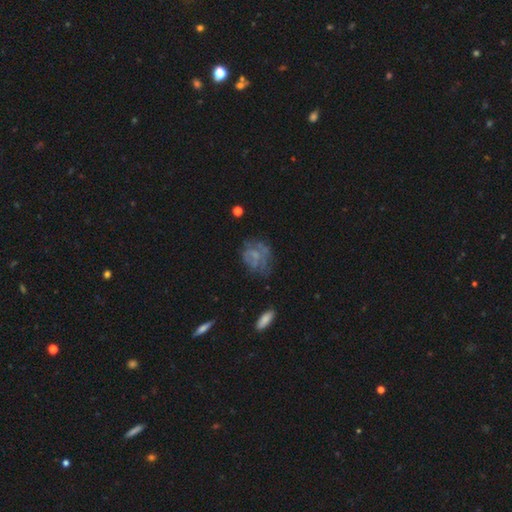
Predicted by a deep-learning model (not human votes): The model was most divided on "smooth or featured": featured or disk: 50%, smooth: 36%, star or artifact: 14%. Remaining: edge-on disk — no (97%); merging — none (48%).